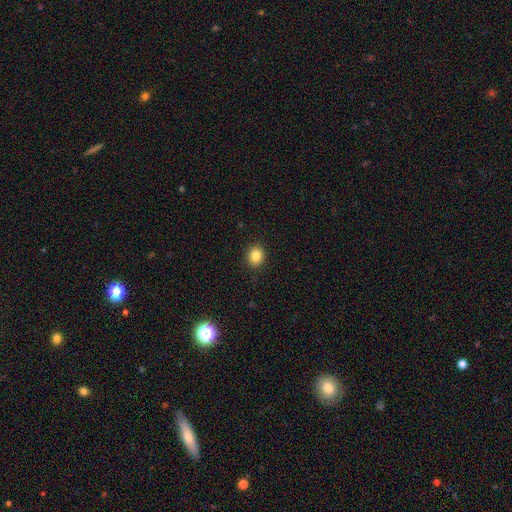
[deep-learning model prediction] Smooth or featured: smooth — 85% (star or artifact — 10%)
How rounded: round — 70% (in between — 29%)
Merging: none — 91% (minor disturbance — 6%)